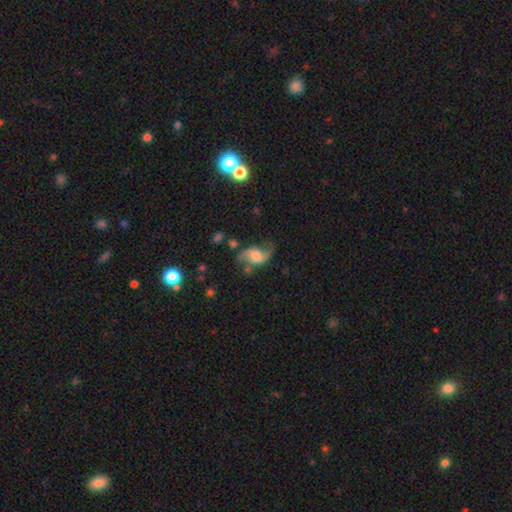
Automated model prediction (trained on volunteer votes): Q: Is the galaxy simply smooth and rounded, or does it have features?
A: featured or disk — 80%.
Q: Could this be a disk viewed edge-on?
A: no — 96%.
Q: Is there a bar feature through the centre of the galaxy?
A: no — 59%.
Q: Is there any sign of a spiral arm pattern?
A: yes — 95%.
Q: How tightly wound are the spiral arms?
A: loose — 76%.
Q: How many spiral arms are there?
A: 2 — 92%.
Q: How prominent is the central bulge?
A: moderate — 39%.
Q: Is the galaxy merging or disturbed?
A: none — 65%.